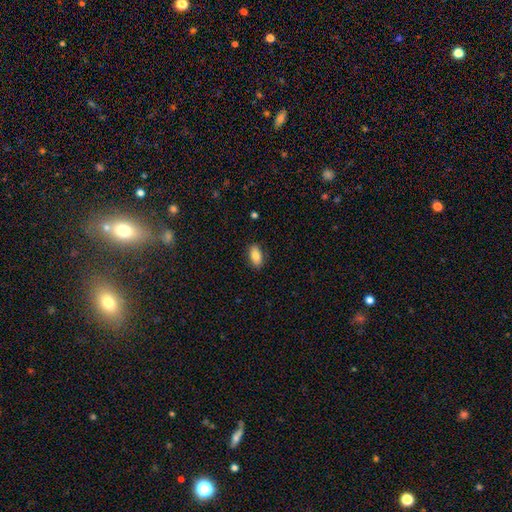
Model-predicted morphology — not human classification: Smooth or featured: smooth — 83% (featured or disk — 9%)
How rounded: in between — 91% (cigar-shaped — 5%)
Merging: none — 88% (minor disturbance — 9%)